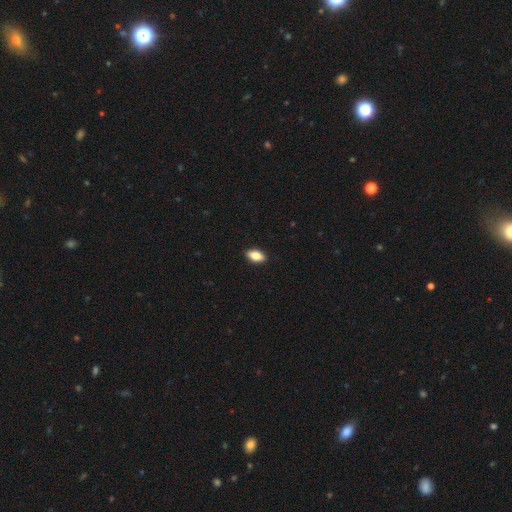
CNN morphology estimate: smooth 81%, featured or disk 12%, star or artifact 7%. Down the decision tree: how rounded — in between (90%); merging — none (90%).